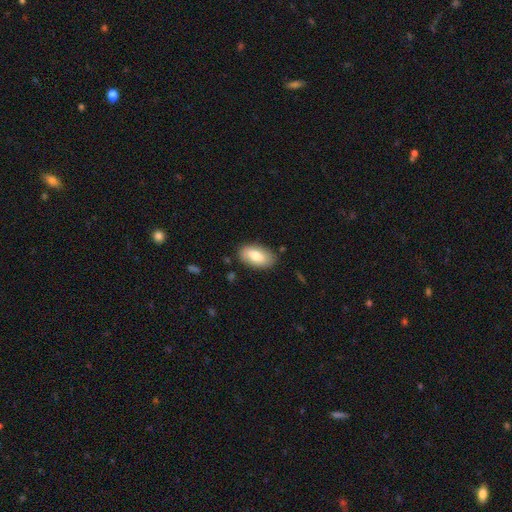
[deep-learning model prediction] Smooth or featured: smooth — 77% (featured or disk — 17%)
How rounded: in between — 94% (round — 3%)
Merging: none — 83% (minor disturbance — 12%)